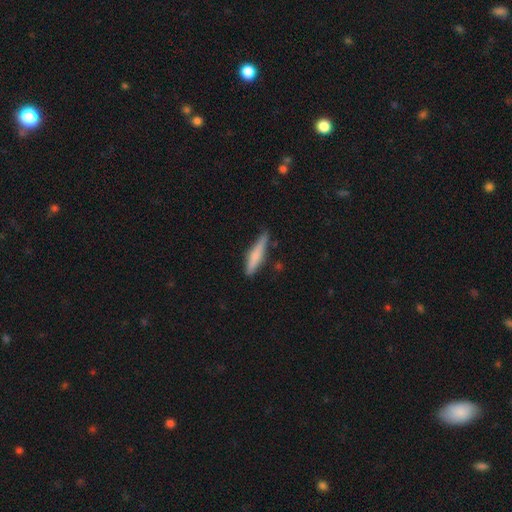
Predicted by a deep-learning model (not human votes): Smooth or featured? Predicted: smooth (p=0.67). How rounded? Predicted: cigar-shaped (p=0.89). Merging? Predicted: none (p=0.73).